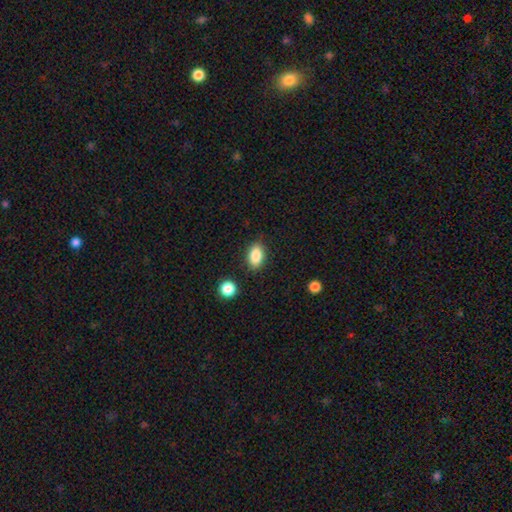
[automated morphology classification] This appears to be a smooth galaxy with no disk features (87%) that is in between round and cigar-shaped (87%). Merging: none (84%).